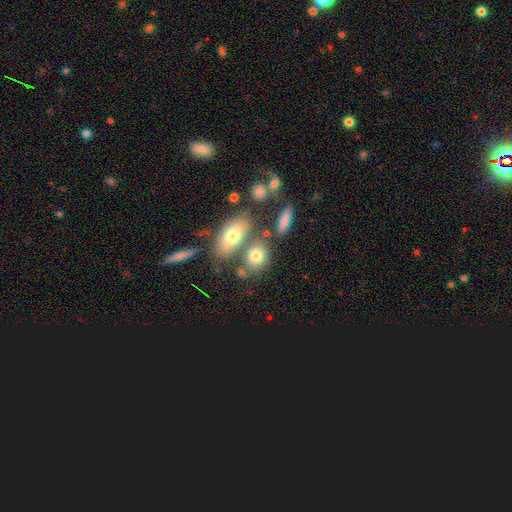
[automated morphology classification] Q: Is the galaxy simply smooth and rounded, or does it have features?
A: smooth — 73%.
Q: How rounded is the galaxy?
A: in between — 62%.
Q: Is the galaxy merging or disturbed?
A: none — 53%.